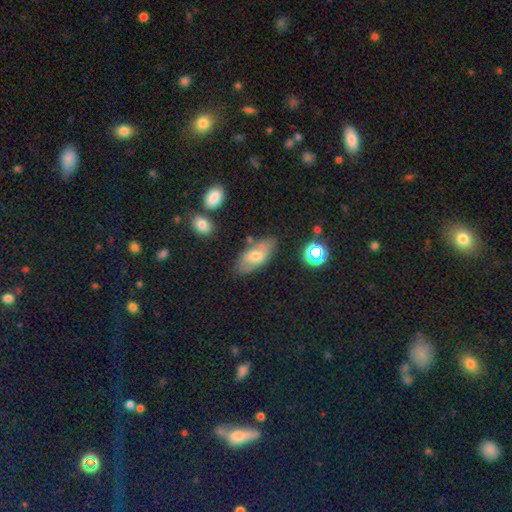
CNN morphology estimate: Smooth or featured?
  - smooth: 53% *
  - featured or disk: 37%
  - star or artifact: 10%
How rounded?
  - in between: 87% *
  - cigar-shaped: 9%
  - round: 4%
Merging?
  - none: 69% *
  - minor disturbance: 19%
  - merger: 6%
  - major disturbance: 6%